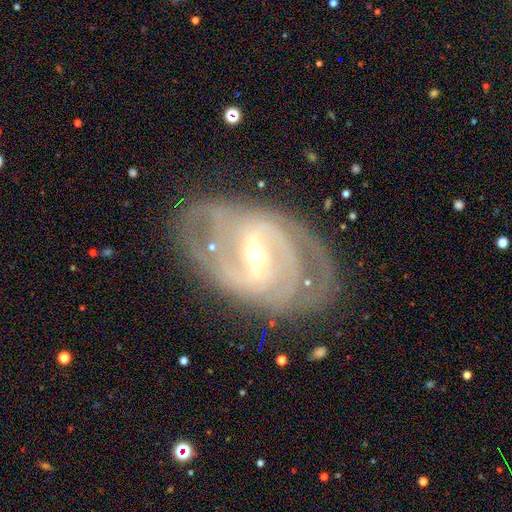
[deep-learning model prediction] Q: Smooth or featured?
A: featured or disk (89%); runner-up: star or artifact (6%)
Q: Edge-on disk?
A: no (96%); runner-up: yes (4%)
Q: Bar?
A: strong (52%); runner-up: weak (37%)
Q: Spiral arms?
A: yes (95%); runner-up: no (5%)
Q: Spiral winding?
A: tight (47%); runner-up: medium (42%)
Q: Spiral arm count?
A: 2 (54%); runner-up: can't tell (18%)
Q: Bulge size?
A: small (70%); runner-up: moderate (26%)
Q: Merging?
A: none (74%); runner-up: minor disturbance (16%)